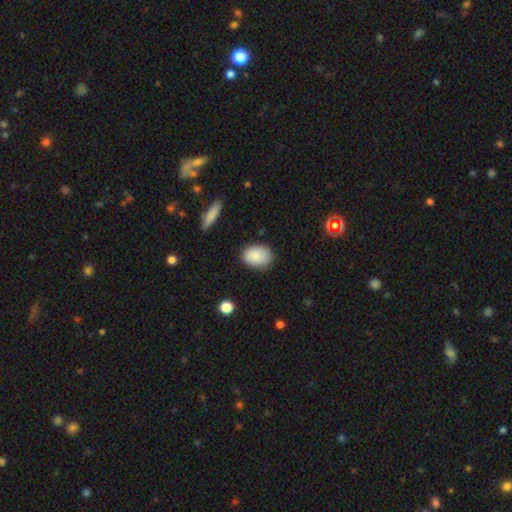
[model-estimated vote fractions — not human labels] This is clearly a smooth galaxy (87%). How rounded: likely in between (74%). Merging: clearly none (81%).